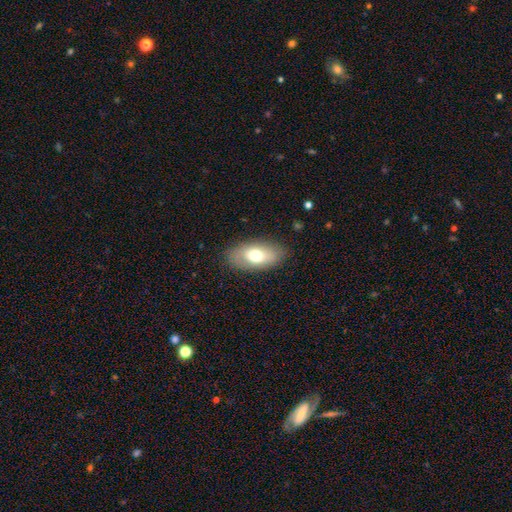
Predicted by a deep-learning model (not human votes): Smooth or featured? smooth (67%)
How rounded? in between (92%)
Merging? none (84%)